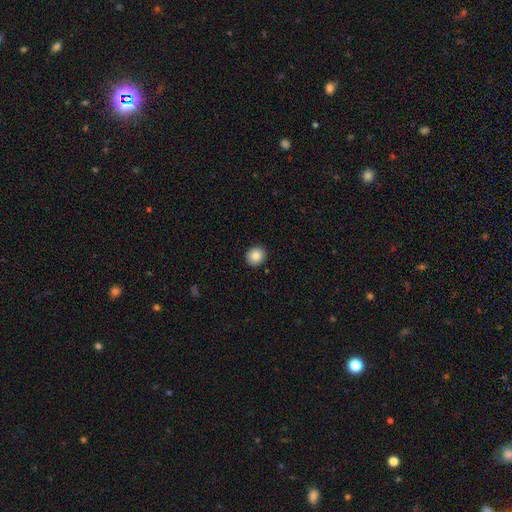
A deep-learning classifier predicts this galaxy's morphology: Smooth or featured?
  - smooth: 86% *
  - star or artifact: 9%
  - featured or disk: 5%
How rounded?
  - round: 87% *
  - in between: 12%
  - cigar-shaped: 1%
Merging?
  - none: 92% *
  - minor disturbance: 5%
  - major disturbance: 2%
  - merger: 1%